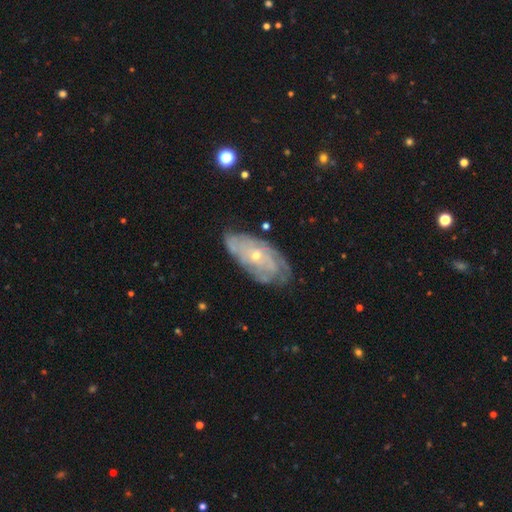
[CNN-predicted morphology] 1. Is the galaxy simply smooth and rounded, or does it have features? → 77% featured or disk, 16% smooth, 7% star or artifact.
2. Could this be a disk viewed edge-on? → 92% no, 8% yes.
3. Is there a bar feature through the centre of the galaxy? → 79% no, 17% weak, 3% strong.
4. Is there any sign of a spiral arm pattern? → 86% yes, 14% no.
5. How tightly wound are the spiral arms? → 68% tight, 24% medium, 8% loose.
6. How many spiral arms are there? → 54% can't tell, 12% 2, 12% 4, 11% 3, 6% more than 4, 5% 1.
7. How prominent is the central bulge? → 70% small, 27% moderate, 1% none, 1% large, 1% dominant.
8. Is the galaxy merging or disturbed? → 70% none, 22% minor disturbance, 7% major disturbance, 2% merger.